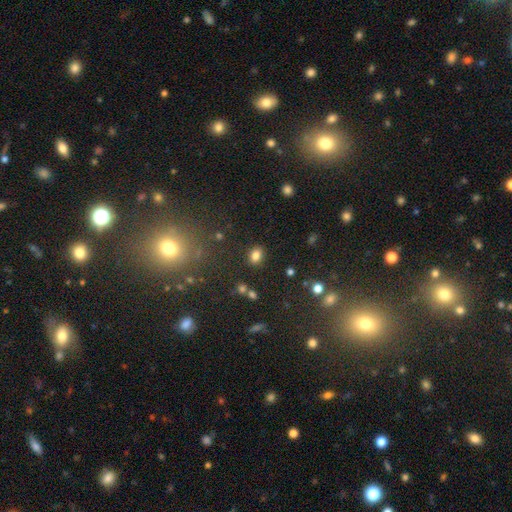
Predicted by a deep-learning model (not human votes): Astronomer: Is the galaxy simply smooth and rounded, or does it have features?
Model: smooth — 81%.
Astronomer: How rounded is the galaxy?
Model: in between — 66%.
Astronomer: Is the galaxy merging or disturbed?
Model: none — 85%.